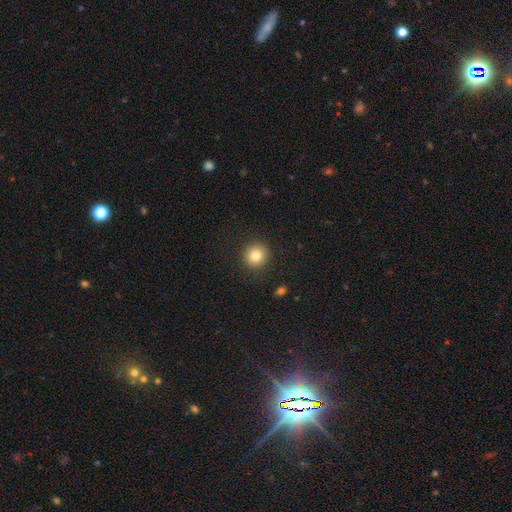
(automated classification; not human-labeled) Smooth or featured? Predicted: smooth (p=0.81). How rounded? Predicted: round (p=0.93). Merging? Predicted: none (p=0.91).